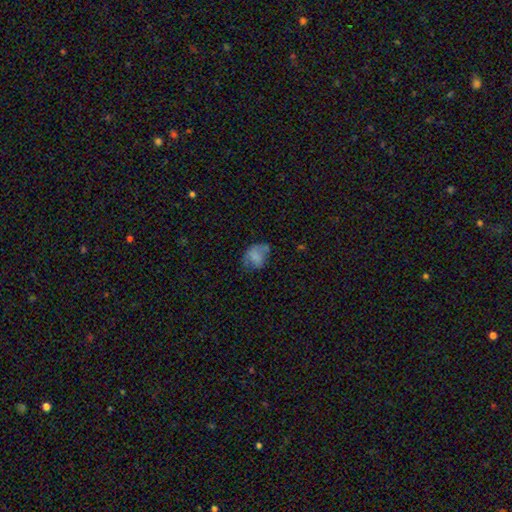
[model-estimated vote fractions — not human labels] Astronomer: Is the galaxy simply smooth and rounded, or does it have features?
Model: smooth — 64%.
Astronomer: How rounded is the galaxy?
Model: in between — 65%.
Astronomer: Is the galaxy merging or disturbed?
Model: none — 37% (runner-up: minor disturbance, 32%).